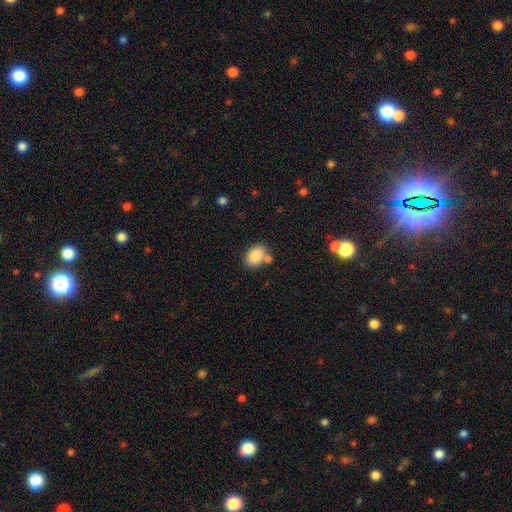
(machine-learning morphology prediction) smooth_or_featured: smooth (p=0.86) [alt: star or artifact p=0.08]
how_rounded: in between (p=0.73) [alt: round p=0.26]
merging: none (p=0.70) [alt: merger p=0.14]